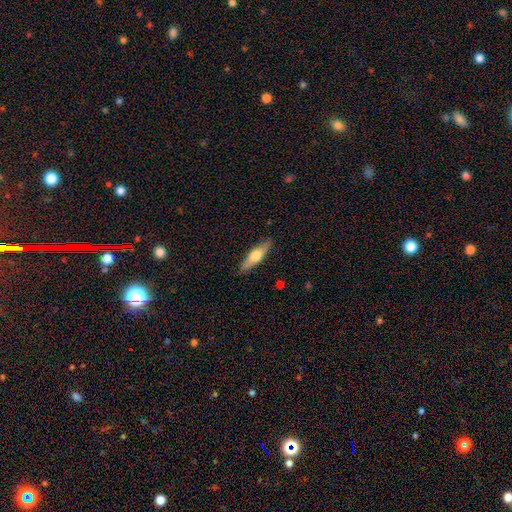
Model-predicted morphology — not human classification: Smooth or featured? Predicted: smooth (p=0.50). How rounded? Predicted: cigar-shaped (p=0.69). Merging? Predicted: none (p=0.88).